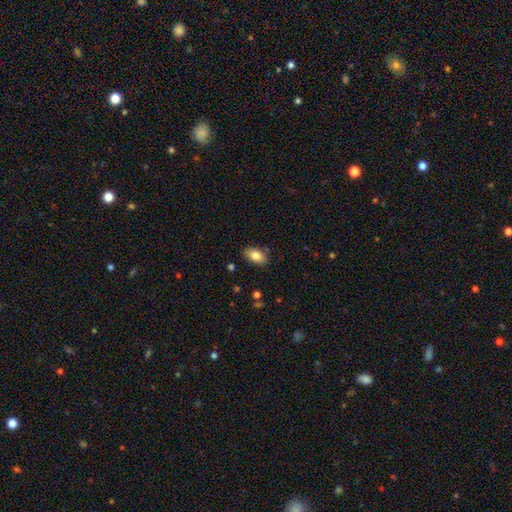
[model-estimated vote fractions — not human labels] Q: Smooth or featured?
A: smooth (83%); runner-up: featured or disk (9%)
Q: How rounded?
A: in between (91%); runner-up: round (6%)
Q: Merging?
A: none (84%); runner-up: minor disturbance (12%)